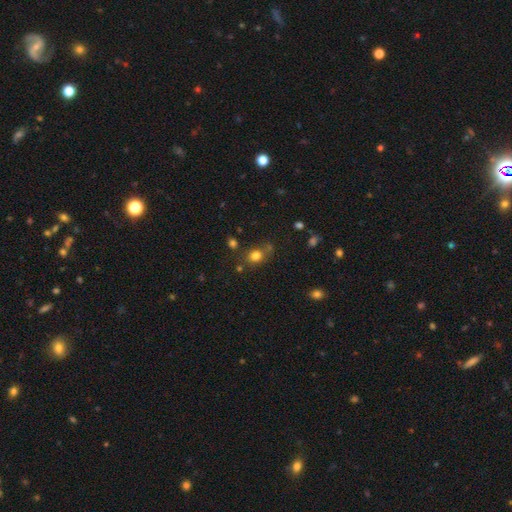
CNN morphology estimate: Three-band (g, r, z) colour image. It shows a smooth galaxy with no disk features (78%) that is round (71%). Merging: none (69%).